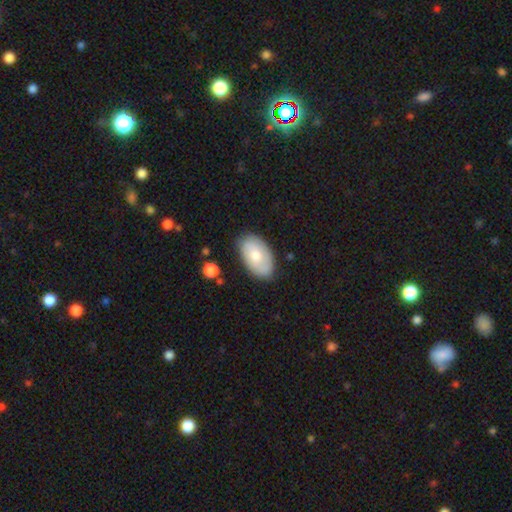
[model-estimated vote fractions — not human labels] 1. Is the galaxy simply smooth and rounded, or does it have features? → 68% smooth, 26% featured or disk, 6% star or artifact.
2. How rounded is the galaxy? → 94% in between, 5% round, 1% cigar-shaped.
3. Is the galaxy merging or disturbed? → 79% none, 16% minor disturbance, 3% major disturbance, 2% merger.